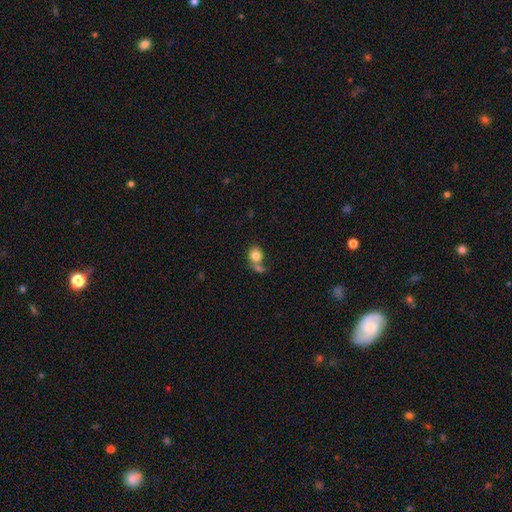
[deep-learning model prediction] This is clearly a smooth galaxy (81%). How rounded: likely round (69%). Merging: marginally merger (41%).